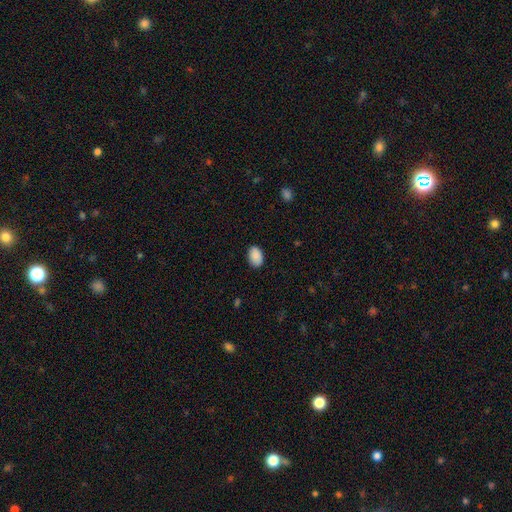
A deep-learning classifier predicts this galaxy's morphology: smooth 90%, star or artifact 7%, featured or disk 3%. Down the decision tree: how rounded — in between (87%); merging — none (87%).